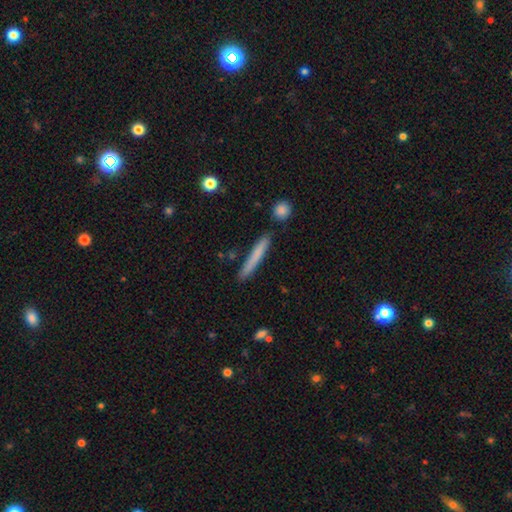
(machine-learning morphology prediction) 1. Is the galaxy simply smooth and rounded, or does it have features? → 72% smooth, 22% featured or disk, 6% star or artifact.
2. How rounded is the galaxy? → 96% cigar-shaped, 3% in between, 1% round.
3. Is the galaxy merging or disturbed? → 85% none, 10% minor disturbance, 3% merger, 2% major disturbance.